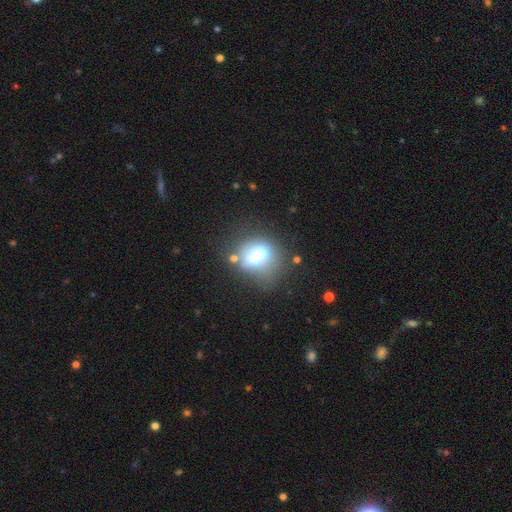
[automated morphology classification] A smooth galaxy with no disk features (52%) that is round (53%).

Vote fractions:
- Smooth or featured? smooth: 52% / featured or disk: 34% / star or artifact: 14%
- How rounded? round: 53% / in between: 43% / cigar-shaped: 4%
- Merging? none: 39% / merger: 31% / minor disturbance: 16% / major disturbance: 14%